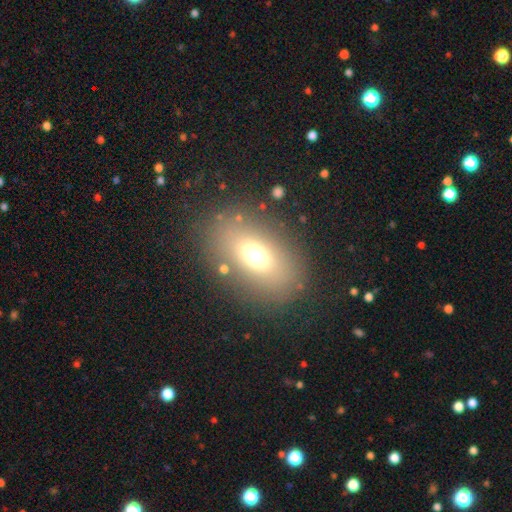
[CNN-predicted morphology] This is likely a smooth galaxy (67%). How rounded: clearly in between (82%). Merging: clearly none (81%).